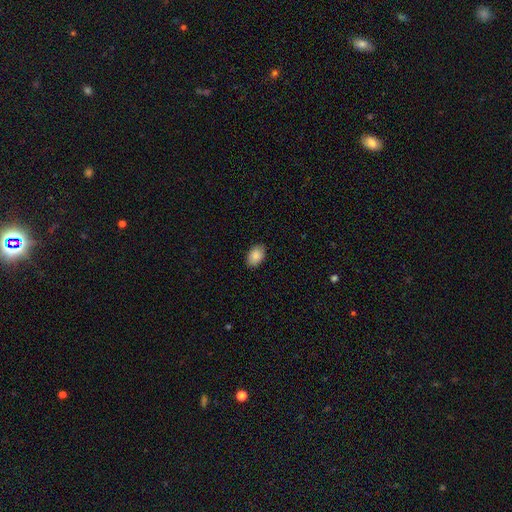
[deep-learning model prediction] Overall: smooth (87%). How rounded: in between (89%). Merging: none (87%).